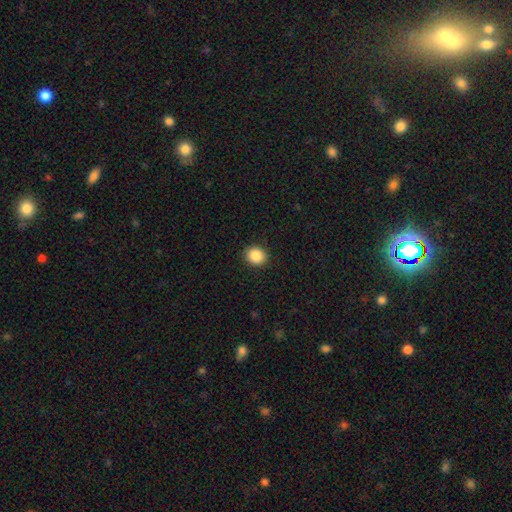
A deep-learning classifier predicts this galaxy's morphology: Q: Smooth or featured?
A: smooth (87%); runner-up: star or artifact (9%)
Q: How rounded?
A: round (73%); runner-up: in between (26%)
Q: Merging?
A: none (91%); runner-up: minor disturbance (6%)